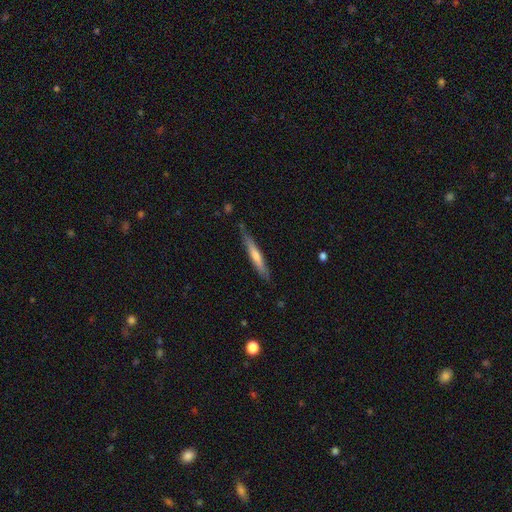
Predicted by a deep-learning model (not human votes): This is possibly a featured or disk galaxy (52%). It is clearly viewed edge-on (94%). Merging: clearly none (84%).